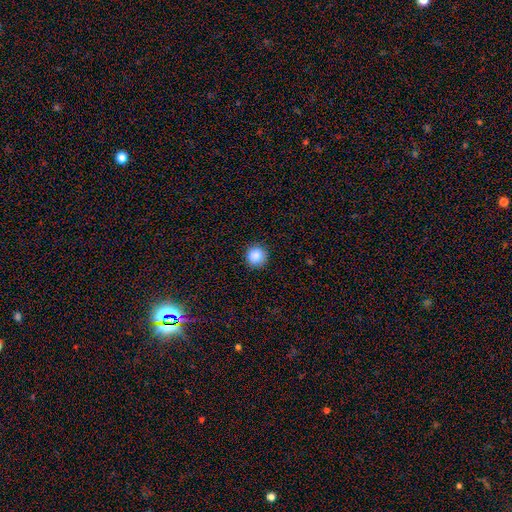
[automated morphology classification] smooth-or-featured: smooth: 86% | star or artifact: 10% | featured or disk: 4%
  how-rounded: round: 95% | in between: 5% | cigar-shaped: 1%
  merging: none: 91% | minor disturbance: 6% | major disturbance: 2% | merger: 1%